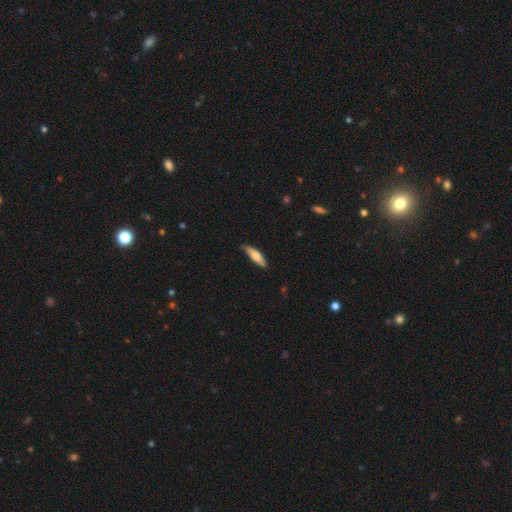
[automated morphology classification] Q: Smooth or featured?
A: smooth (64%); runner-up: featured or disk (31%)
Q: How rounded?
A: cigar-shaped (72%); runner-up: in between (27%)
Q: Merging?
A: none (83%); runner-up: minor disturbance (14%)